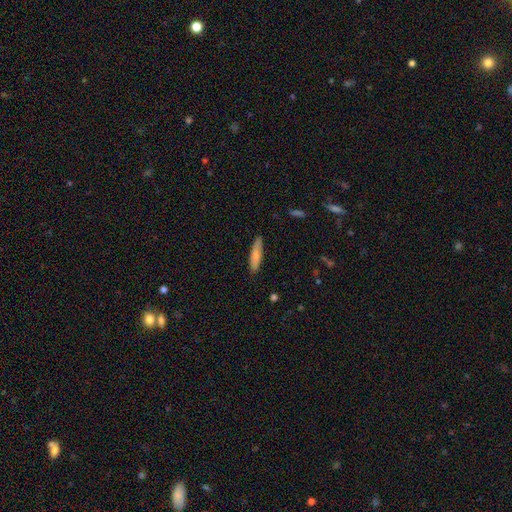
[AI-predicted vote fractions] Morphology: type=smooth (74%); roundness=cigar-shaped (76%); merging=none (85%).